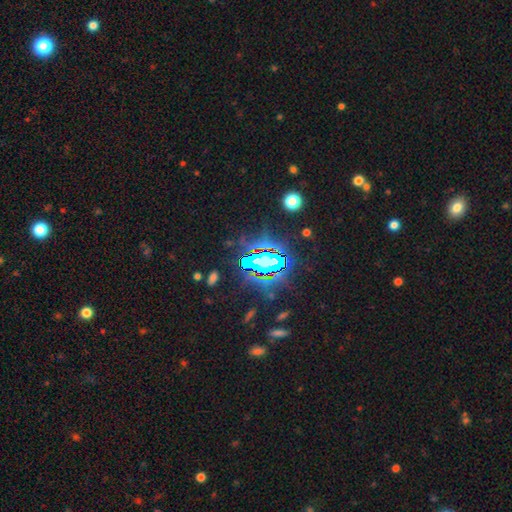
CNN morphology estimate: The model was most divided on "smooth or featured": star or artifact: 79%, smooth: 11%, featured or disk: 11%.